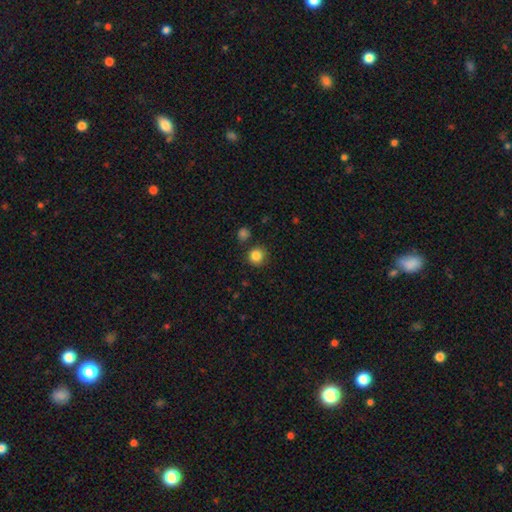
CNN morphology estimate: Smooth or featured? Predicted: smooth (p=0.85). How rounded? Predicted: round (p=0.92). Merging? Predicted: none (p=0.84).